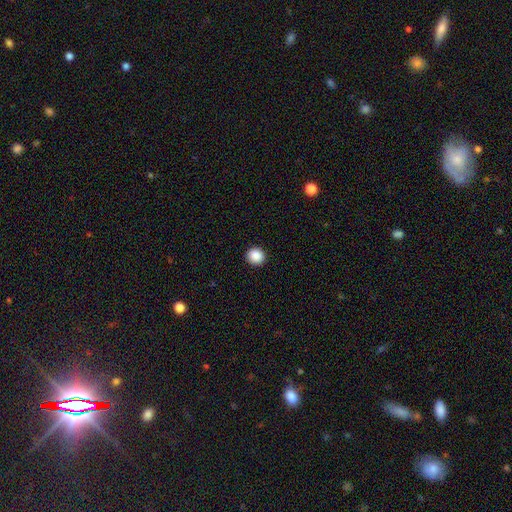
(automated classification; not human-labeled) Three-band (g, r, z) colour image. It shows a smooth galaxy with no disk features (89%) that is round (89%). Merging: none (93%).